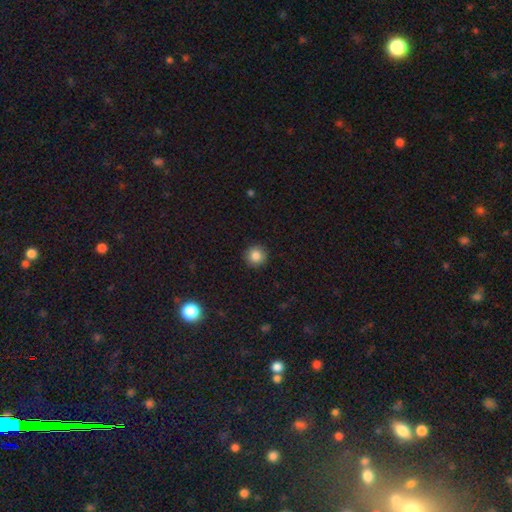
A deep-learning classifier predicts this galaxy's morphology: A smooth galaxy with no disk features (85%) that is round (95%). Merging: none (92%).